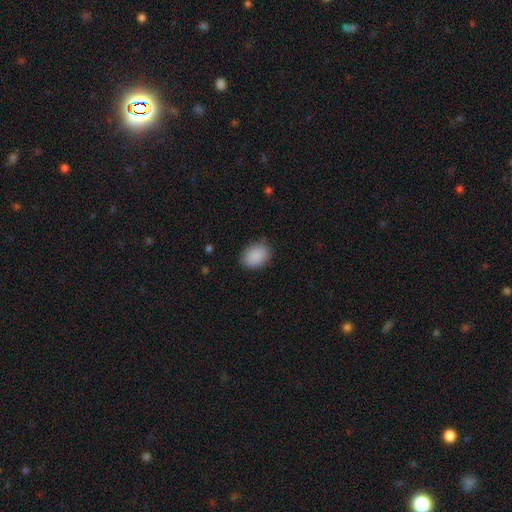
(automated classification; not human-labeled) A smooth galaxy with no disk features (89%) that is in between round and cigar-shaped (72%). Merging: none (80%).